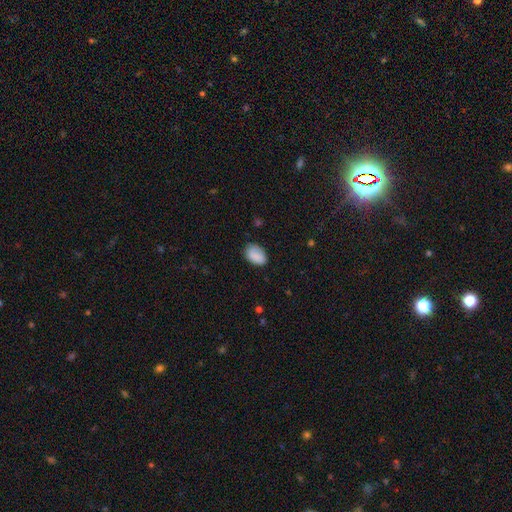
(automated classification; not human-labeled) Q: Smooth or featured?
A: smooth (88%); runner-up: star or artifact (7%)
Q: How rounded?
A: in between (86%); runner-up: round (13%)
Q: Merging?
A: none (76%); runner-up: minor disturbance (19%)